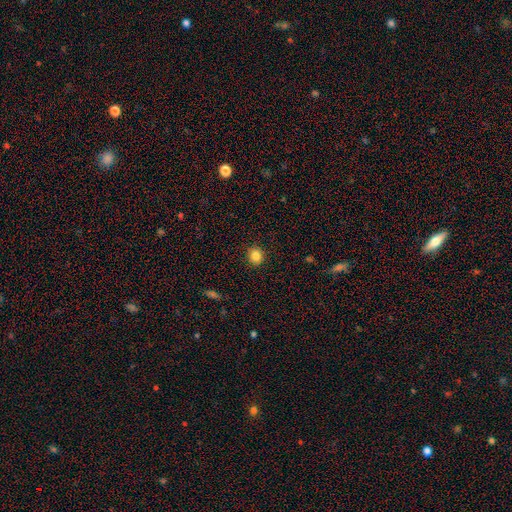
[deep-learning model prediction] smooth 84%, star or artifact 11%, featured or disk 5%. Down the decision tree: how rounded — round (83%); merging — none (91%).